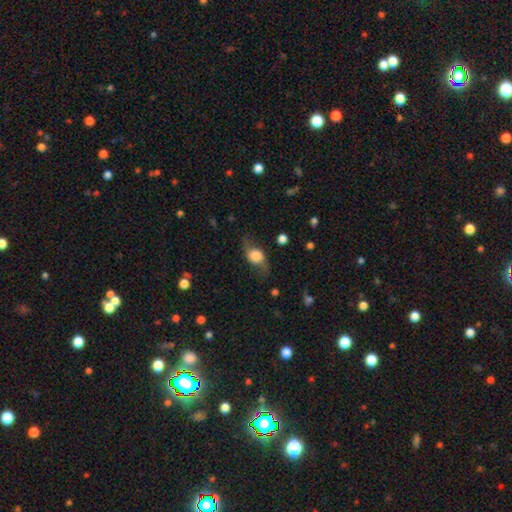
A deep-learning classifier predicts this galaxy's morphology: Smooth or featured: smooth — 47% (featured or disk — 44%)
Merging: none — 66% (minor disturbance — 21%)